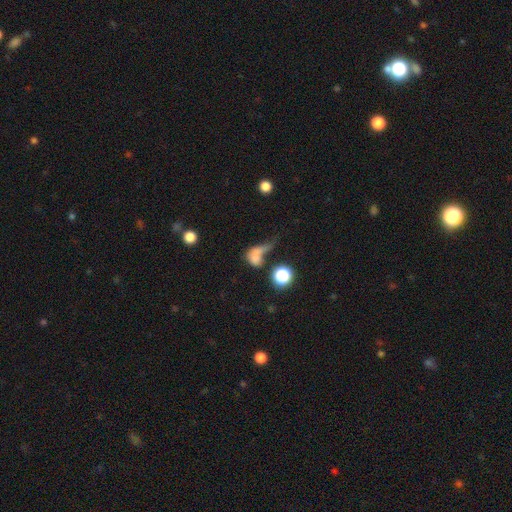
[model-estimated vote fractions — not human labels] Smooth or featured? Predicted: smooth (p=0.66). How rounded? Predicted: in between (p=0.49). Merging? Predicted: major disturbance (p=0.36).